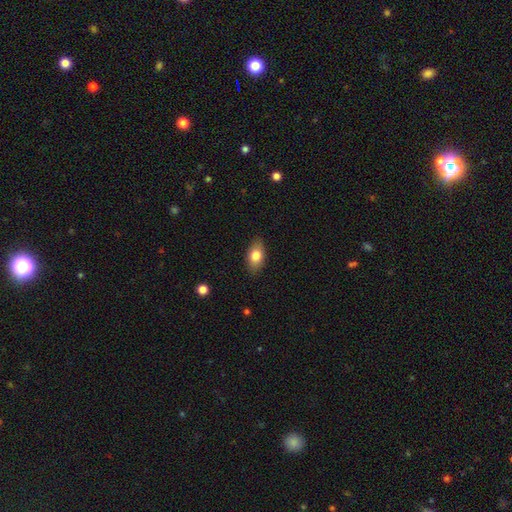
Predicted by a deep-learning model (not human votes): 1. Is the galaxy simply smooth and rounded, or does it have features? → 78% smooth, 14% featured or disk, 7% star or artifact.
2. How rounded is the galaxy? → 89% in between, 7% round, 3% cigar-shaped.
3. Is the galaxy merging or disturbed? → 86% none, 11% minor disturbance, 2% major disturbance, 1% merger.